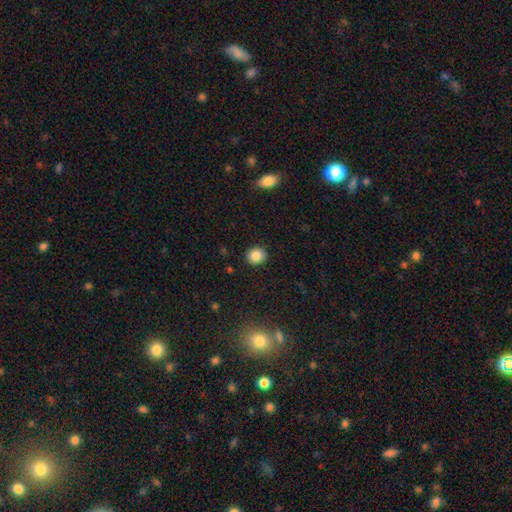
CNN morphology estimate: smooth_or_featured: smooth (p=0.86) [alt: star or artifact p=0.10]
how_rounded: round (p=0.76) [alt: in between p=0.23]
merging: none (p=0.90) [alt: minor disturbance p=0.07]